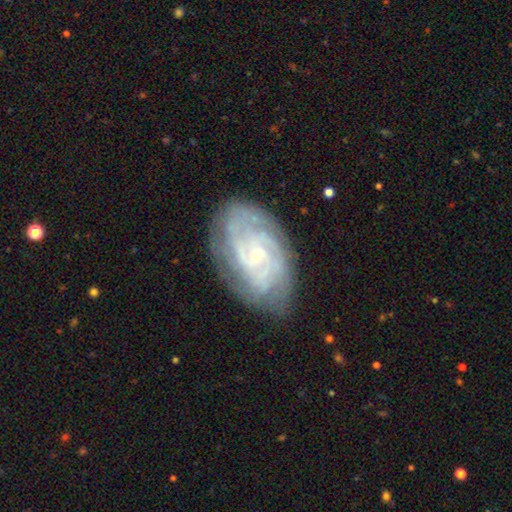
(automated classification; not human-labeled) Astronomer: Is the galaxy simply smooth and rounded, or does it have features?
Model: featured or disk — 85%.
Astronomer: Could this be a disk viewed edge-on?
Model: no — 96%.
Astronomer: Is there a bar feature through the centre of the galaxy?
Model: no — 65%.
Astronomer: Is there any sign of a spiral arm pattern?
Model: yes — 95%.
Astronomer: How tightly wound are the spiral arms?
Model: tight — 70%.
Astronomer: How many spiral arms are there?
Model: can't tell — 34% (runner-up: 4, 20%).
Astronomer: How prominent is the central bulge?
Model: small — 82%.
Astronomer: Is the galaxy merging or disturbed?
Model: none — 77%.